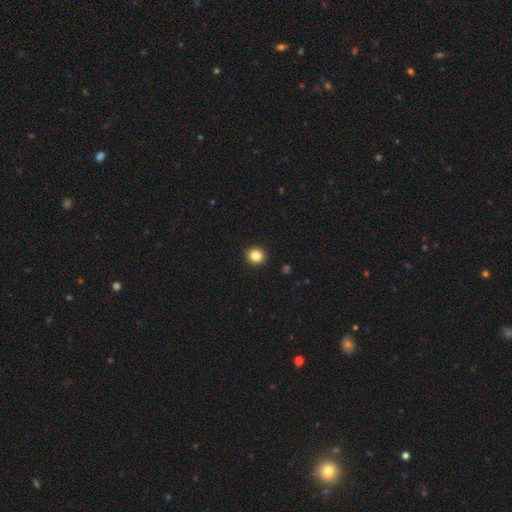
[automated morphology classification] Q: Smooth or featured?
A: smooth (85%); runner-up: star or artifact (11%)
Q: How rounded?
A: round (90%); runner-up: in between (9%)
Q: Merging?
A: none (93%); runner-up: minor disturbance (4%)